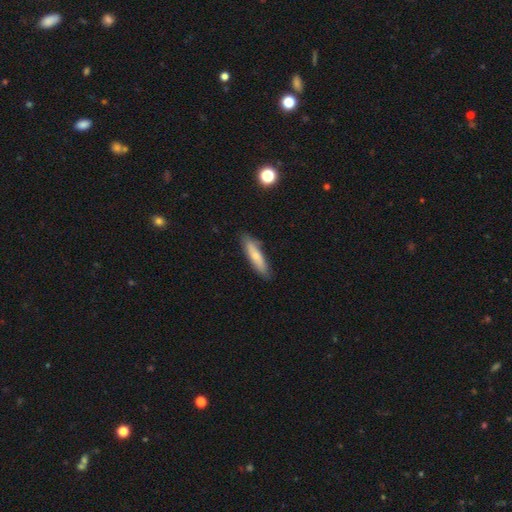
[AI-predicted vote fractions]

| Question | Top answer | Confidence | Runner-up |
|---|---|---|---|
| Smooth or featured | smooth | 68% | featured or disk (26%) |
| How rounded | cigar-shaped | 77% | in between (21%) |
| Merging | none | 84% | minor disturbance (12%) |